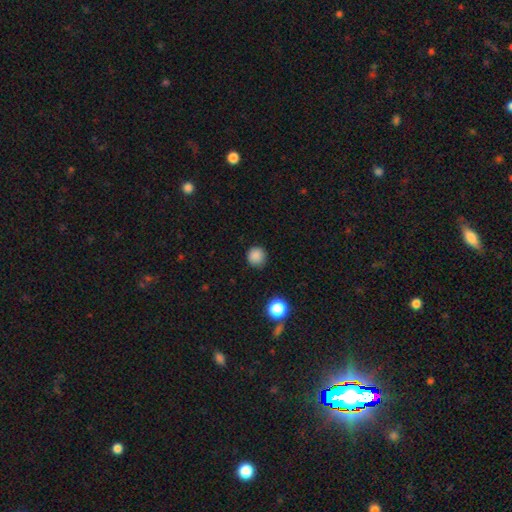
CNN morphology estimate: smooth_or_featured: smooth (p=0.86) [alt: star or artifact p=0.11]
how_rounded: round (p=0.94) [alt: in between p=0.05]
merging: none (p=0.88) [alt: minor disturbance p=0.09]